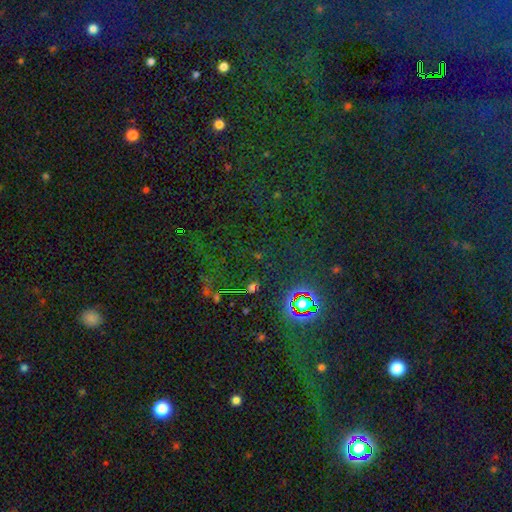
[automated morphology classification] Smooth or featured? star or artifact (79%)